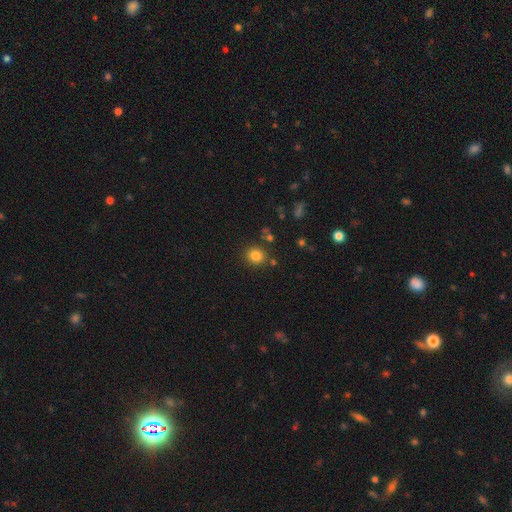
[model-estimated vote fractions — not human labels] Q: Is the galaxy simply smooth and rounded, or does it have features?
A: smooth — 82%.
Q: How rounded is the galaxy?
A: round — 82%.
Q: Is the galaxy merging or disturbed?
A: none — 83%.